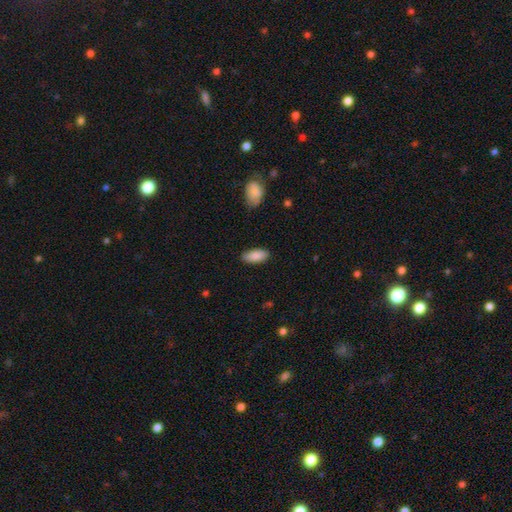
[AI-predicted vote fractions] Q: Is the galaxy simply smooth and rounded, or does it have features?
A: smooth — 87%.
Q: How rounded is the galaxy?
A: in between — 86%.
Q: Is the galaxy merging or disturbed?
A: none — 86%.